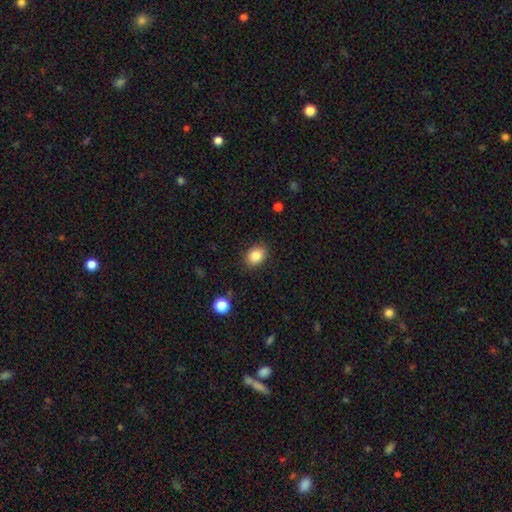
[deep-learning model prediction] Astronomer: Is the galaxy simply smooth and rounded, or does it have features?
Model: smooth — 85%.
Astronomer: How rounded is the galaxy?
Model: in between — 62%.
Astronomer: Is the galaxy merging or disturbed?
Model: none — 86%.